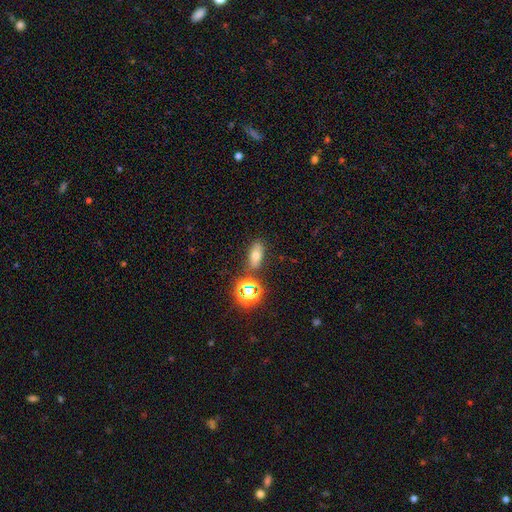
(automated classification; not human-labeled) The model was most divided on "smooth or featured": smooth: 63%, star or artifact: 21%, featured or disk: 16%. More confident: merging — none (79%); how rounded — in between (78%).